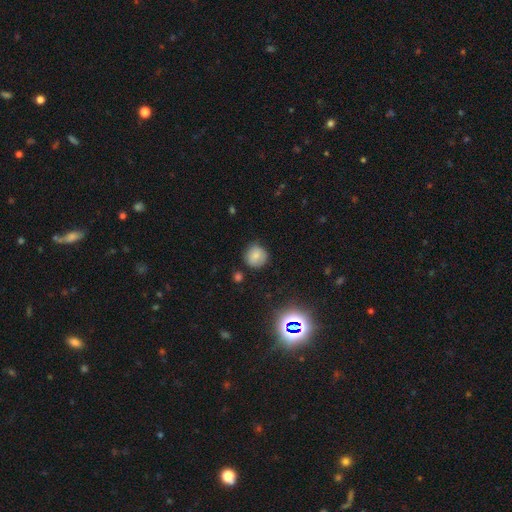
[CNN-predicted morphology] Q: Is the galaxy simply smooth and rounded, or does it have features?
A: smooth — 77%.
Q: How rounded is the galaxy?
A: round — 89%.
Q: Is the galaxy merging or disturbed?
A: none — 77%.